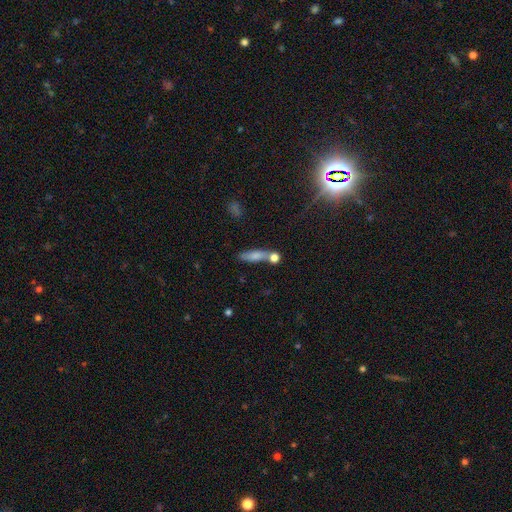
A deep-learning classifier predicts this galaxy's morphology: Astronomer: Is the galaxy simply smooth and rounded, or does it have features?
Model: smooth — 72%.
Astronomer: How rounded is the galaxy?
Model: cigar-shaped — 59% (runner-up: in between, 34%).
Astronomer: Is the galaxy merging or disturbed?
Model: none — 53%.